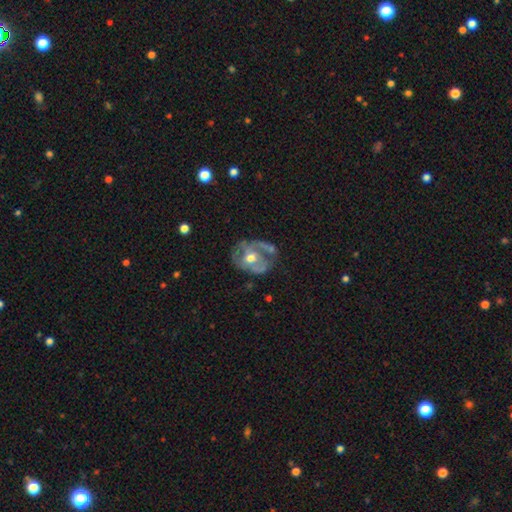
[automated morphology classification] This is likely a featured or disk galaxy (74%). It is clearly not viewed edge-on (96%). Bar: likely no (65%). Spiral arm pattern: likely yes (65%). Central bulge: likely moderate (75%). Merging: possibly none (49%).